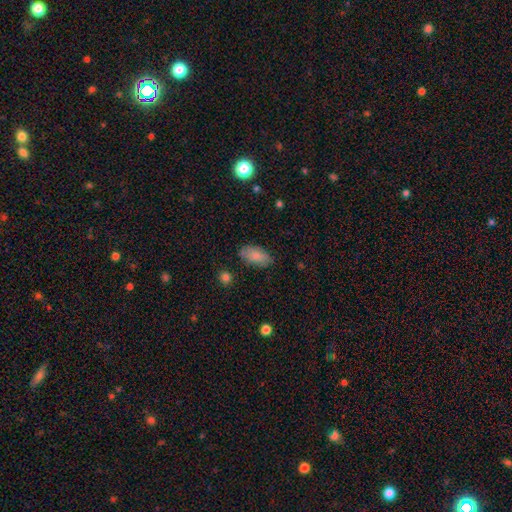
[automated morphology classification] This appears to be a smooth galaxy with no disk features (84%) that is in between round and cigar-shaped (93%). Merging: none (83%).